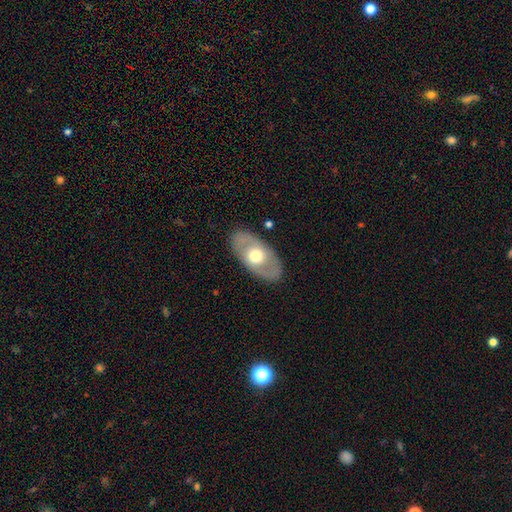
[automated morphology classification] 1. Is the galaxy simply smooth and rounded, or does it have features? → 53% featured or disk, 42% smooth, 5% star or artifact.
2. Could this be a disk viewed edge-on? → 85% no, 15% yes.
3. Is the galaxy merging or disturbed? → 86% none, 10% minor disturbance, 3% major disturbance, 1% merger.